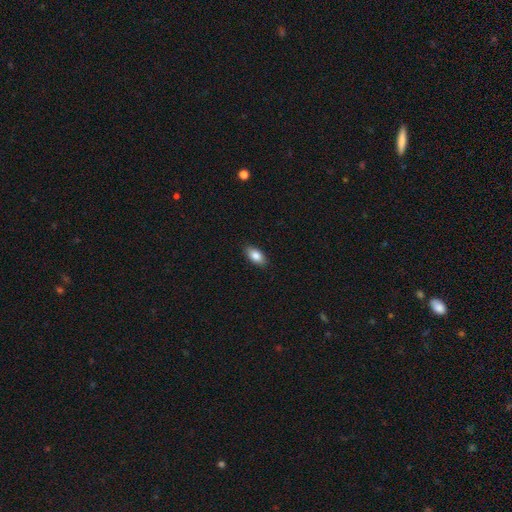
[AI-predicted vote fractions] This appears to be a smooth galaxy with no disk features (85%) that is in between round and cigar-shaped (91%). Merging: none (88%).